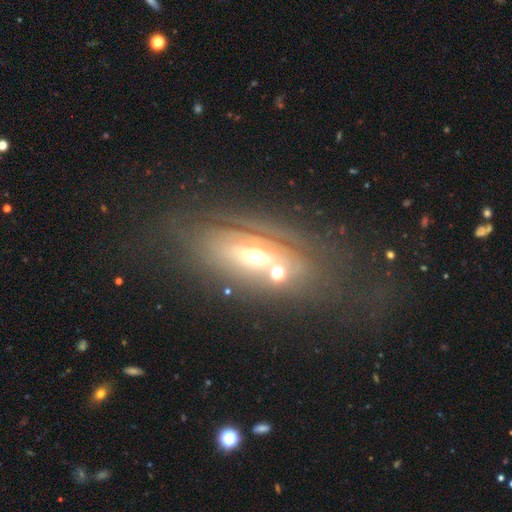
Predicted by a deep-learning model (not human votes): Smooth or featured? featured or disk (66%)
Edge-on disk? no (65%)
Merging? none (58%)